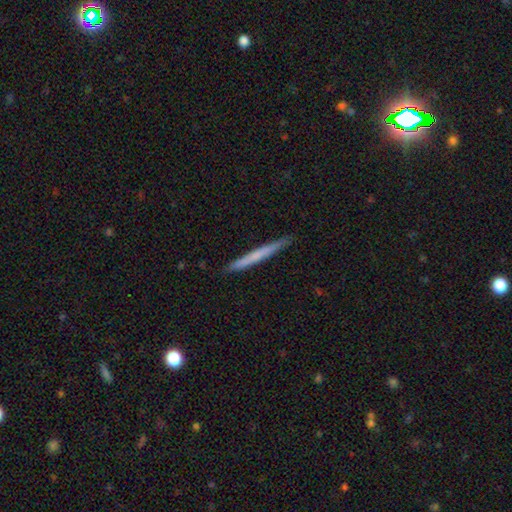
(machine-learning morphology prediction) Smooth or featured: smooth — 58% (featured or disk — 36%)
How rounded: cigar-shaped — 97% (in between — 2%)
Merging: none — 91% (minor disturbance — 7%)